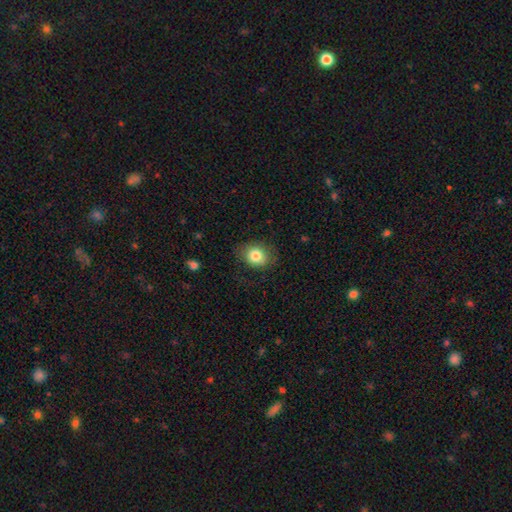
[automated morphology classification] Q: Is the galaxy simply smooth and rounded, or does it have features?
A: smooth — 82%.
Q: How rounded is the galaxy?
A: round — 57%.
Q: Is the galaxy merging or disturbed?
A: none — 75%.